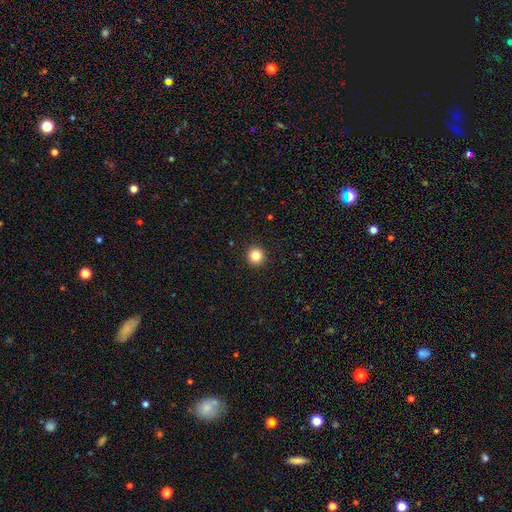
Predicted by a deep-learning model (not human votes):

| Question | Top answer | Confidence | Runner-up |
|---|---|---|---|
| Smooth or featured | smooth | 84% | star or artifact (12%) |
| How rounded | round | 96% | in between (3%) |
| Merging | none | 94% | minor disturbance (4%) |